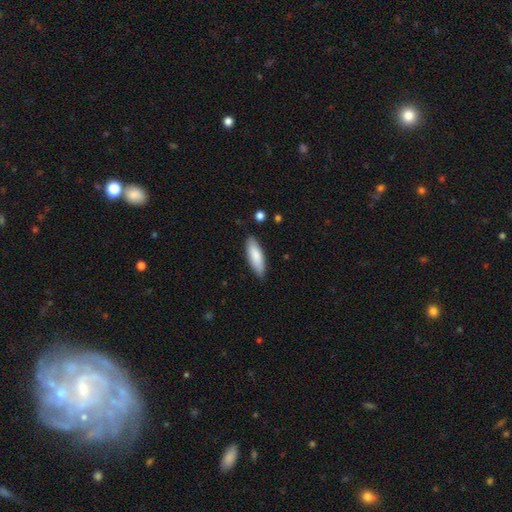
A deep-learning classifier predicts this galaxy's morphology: The model was most divided on "how rounded": in between: 57%, cigar-shaped: 41%, round: 1%. More confident: merging — none (85%); smooth or featured — smooth (85%).